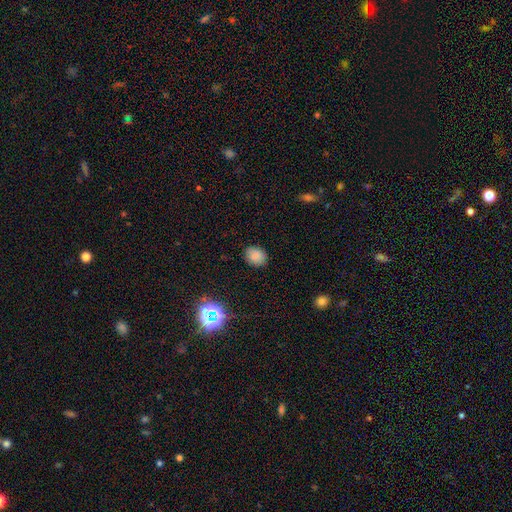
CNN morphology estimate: Smooth or featured? Predicted: smooth (p=0.81). How rounded? Predicted: round (p=0.56). Merging? Predicted: none (p=0.85).